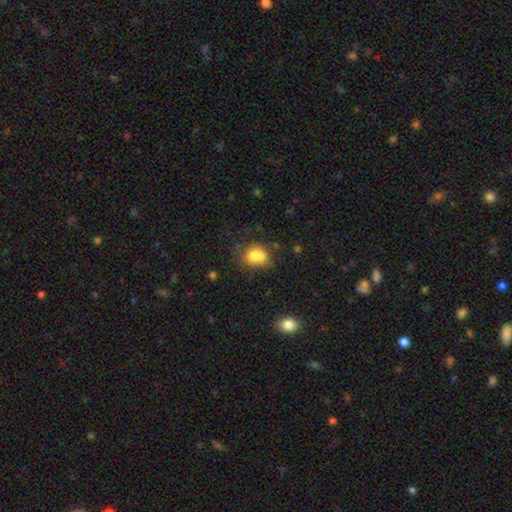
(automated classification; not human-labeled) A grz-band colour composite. It shows a smooth galaxy with no disk features (71%) that is round (59%). Merging: merger (45%).